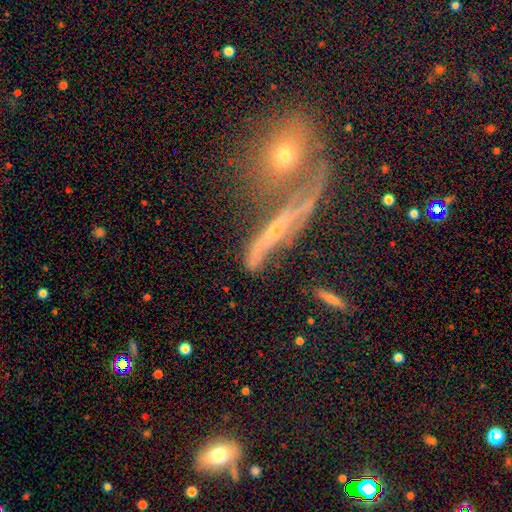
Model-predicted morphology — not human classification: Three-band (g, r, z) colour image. It shows a featured or disk galaxy (56%) viewed edge-on (59%). Merging: none (48%).